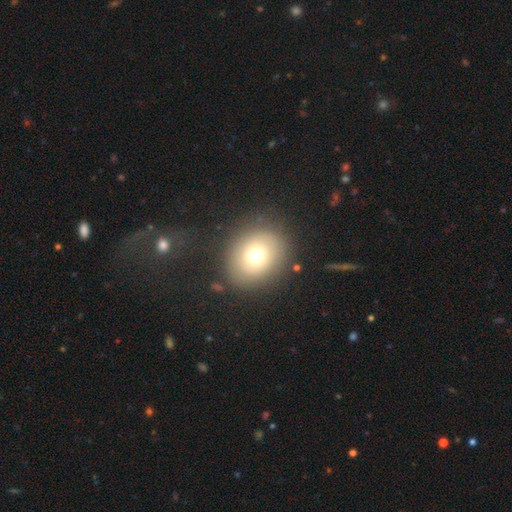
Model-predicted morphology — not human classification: Smooth or featured?
  - smooth: 70% *
  - featured or disk: 19%
  - star or artifact: 12%
How rounded?
  - round: 61% *
  - in between: 38%
  - cigar-shaped: 1%
Merging?
  - none: 81% *
  - minor disturbance: 11%
  - major disturbance: 5%
  - merger: 2%